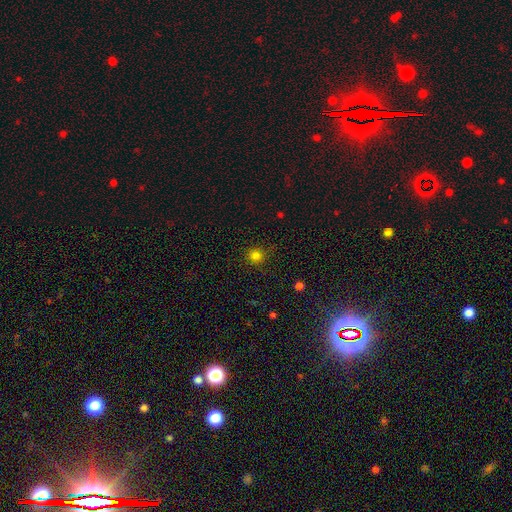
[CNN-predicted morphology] Overall: smooth (80%). How rounded: round (93%). Merging: none (86%).